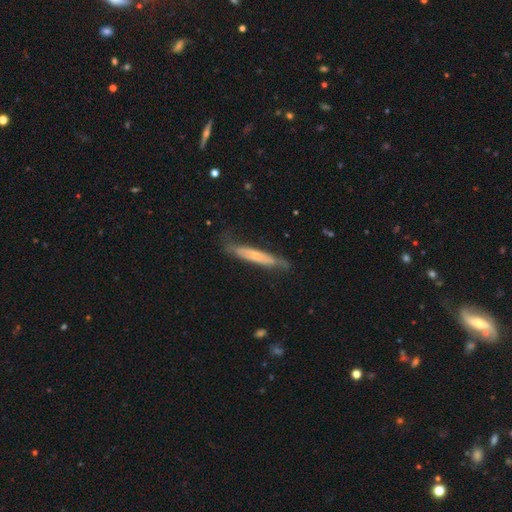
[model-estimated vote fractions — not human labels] A featured or disk galaxy (47%, tied with smooth). Merging: none (64%).